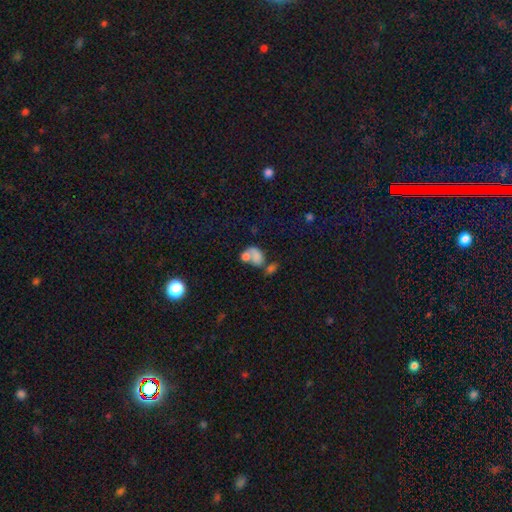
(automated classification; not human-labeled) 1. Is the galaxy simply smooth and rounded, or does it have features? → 65% smooth, 22% featured or disk, 13% star or artifact.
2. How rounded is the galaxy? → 70% in between, 28% round, 2% cigar-shaped.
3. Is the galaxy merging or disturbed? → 56% merger, 20% none, 13% major disturbance, 11% minor disturbance.